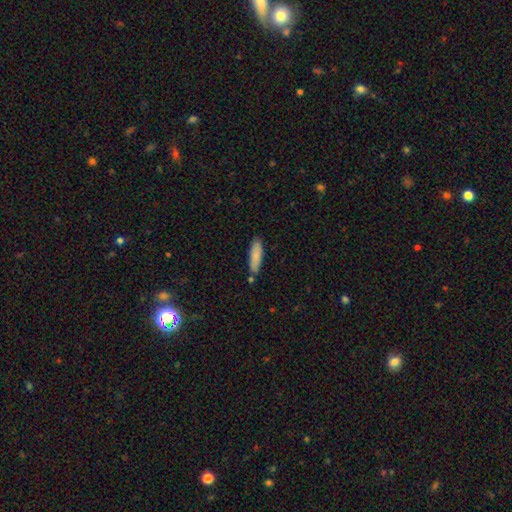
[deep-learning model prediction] Overall: smooth (84%). How rounded: cigar-shaped (55%; in between 43%). Merging: none (78%).